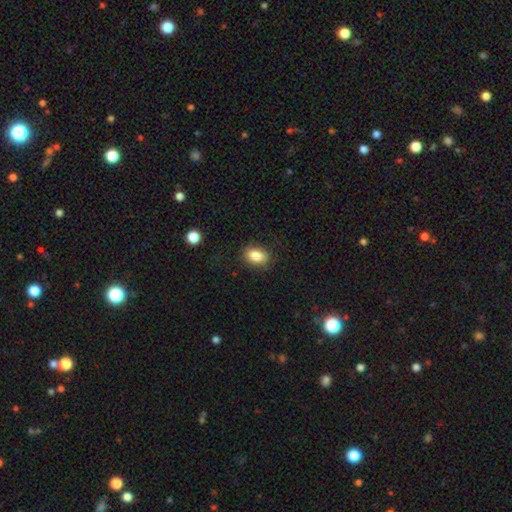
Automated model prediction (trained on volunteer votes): Smooth or featured? smooth (84%)
How rounded? in between (80%)
Merging? none (82%)